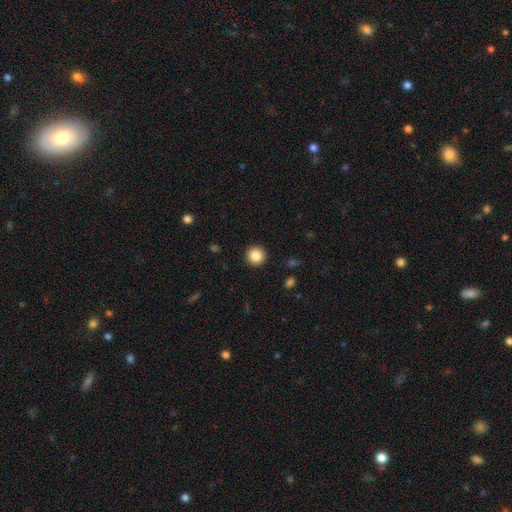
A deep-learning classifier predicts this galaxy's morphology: Smooth or featured? smooth (85%)
How rounded? round (95%)
Merging? none (93%)